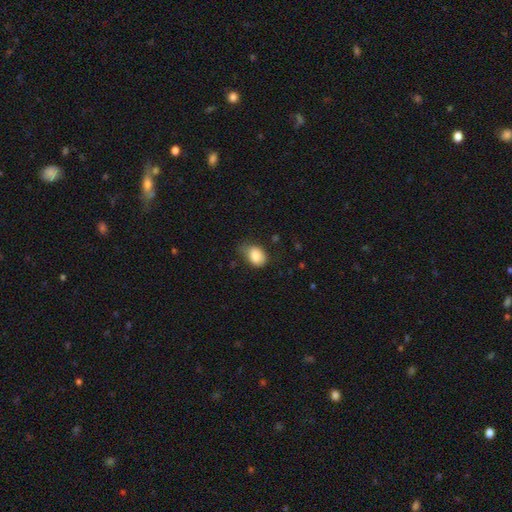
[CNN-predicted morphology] Smooth or featured? Predicted: smooth (p=0.85). How rounded? Predicted: in between (p=0.71). Merging? Predicted: none (p=0.49).